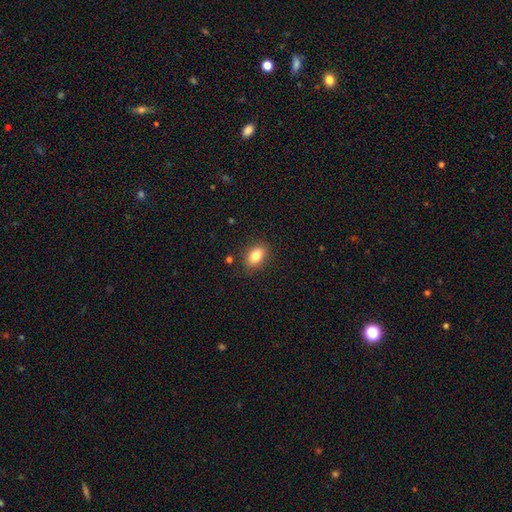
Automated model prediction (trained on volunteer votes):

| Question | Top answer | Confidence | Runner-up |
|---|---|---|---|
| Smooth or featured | smooth | 83% | star or artifact (9%) |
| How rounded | in between | 84% | round (14%) |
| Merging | none | 85% | minor disturbance (11%) |